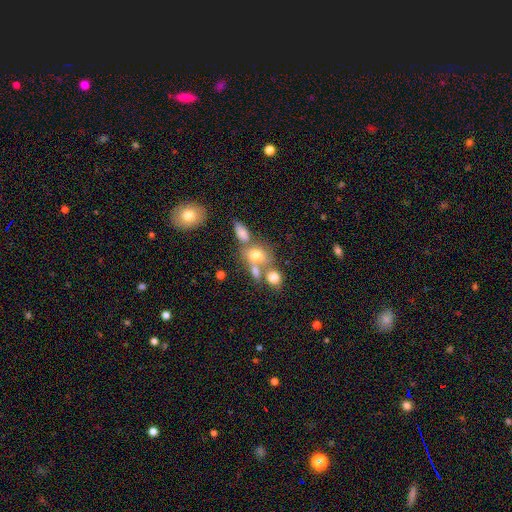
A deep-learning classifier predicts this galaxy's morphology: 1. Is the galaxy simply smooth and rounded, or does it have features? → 68% smooth, 19% featured or disk, 13% star or artifact.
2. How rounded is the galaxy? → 58% in between, 40% round, 3% cigar-shaped.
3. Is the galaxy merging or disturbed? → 44% merger, 37% none, 12% minor disturbance, 7% major disturbance.